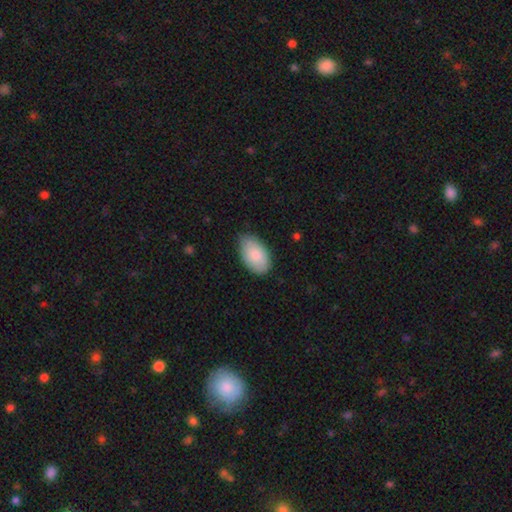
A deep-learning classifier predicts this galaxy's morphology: Smooth or featured: smooth — 85% (featured or disk — 9%)
How rounded: in between — 94% (round — 4%)
Merging: none — 76% (minor disturbance — 20%)